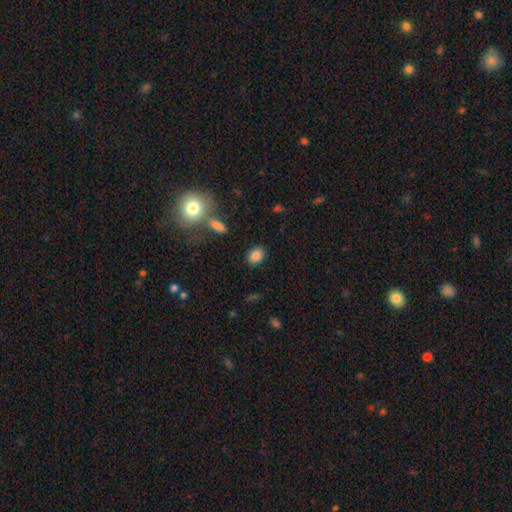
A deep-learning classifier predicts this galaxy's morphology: Smooth or featured: smooth — 85% (star or artifact — 9%)
How rounded: in between — 68% (round — 30%)
Merging: none — 85% (minor disturbance — 9%)